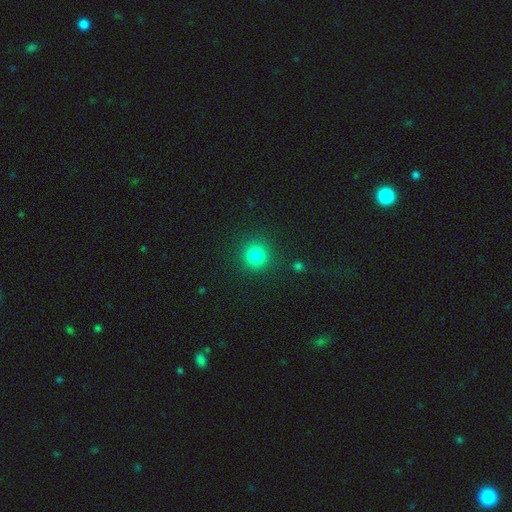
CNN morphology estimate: A smooth galaxy with no disk features (83%) that is round (93%). Merging: none (89%).